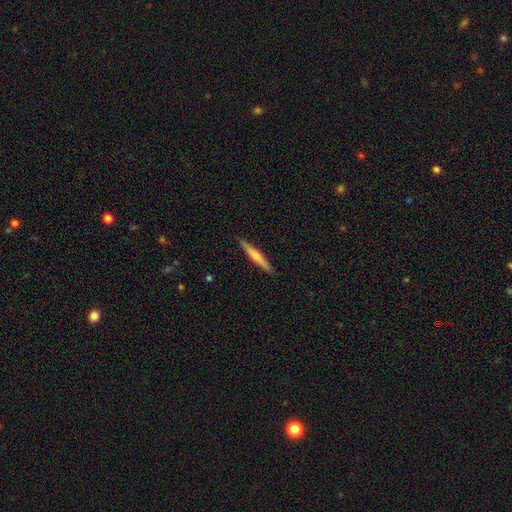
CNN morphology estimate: Smooth or featured?
  - smooth: 52% *
  - featured or disk: 42%
  - star or artifact: 6%
How rounded?
  - cigar-shaped: 95% *
  - in between: 4%
  - round: 1%
Merging?
  - none: 90% *
  - minor disturbance: 7%
  - major disturbance: 1%
  - merger: 1%